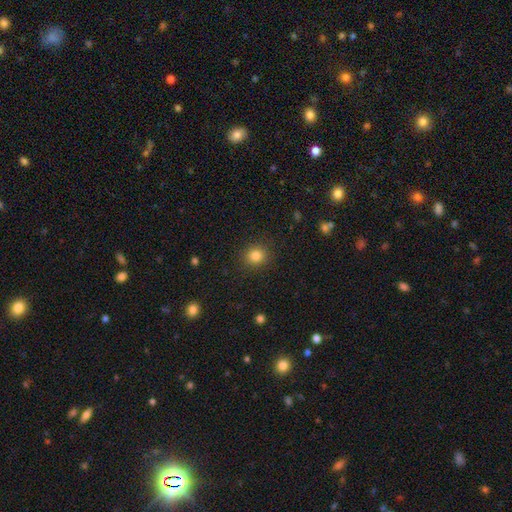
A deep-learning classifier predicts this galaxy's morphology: A smooth galaxy with no disk features (83%) that is round (82%).

Vote fractions:
- Smooth or featured? smooth: 83% / star or artifact: 12% / featured or disk: 6%
- How rounded? round: 82% / in between: 17% / cigar-shaped: 1%
- Merging? none: 89% / minor disturbance: 7% / major disturbance: 3% / merger: 1%